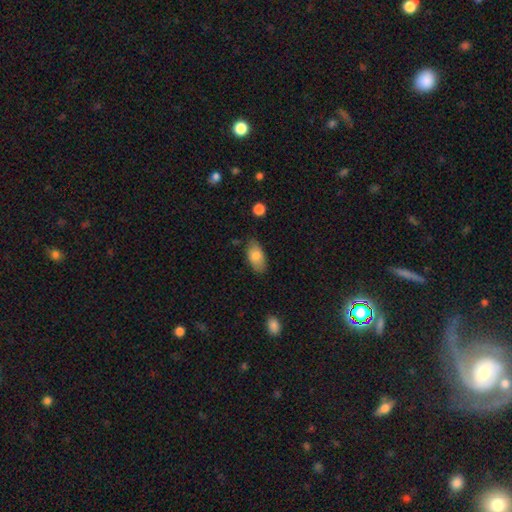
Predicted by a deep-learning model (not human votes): A smooth galaxy with no disk features (81%) that is in between round and cigar-shaped (92%). Merging: none (76%).